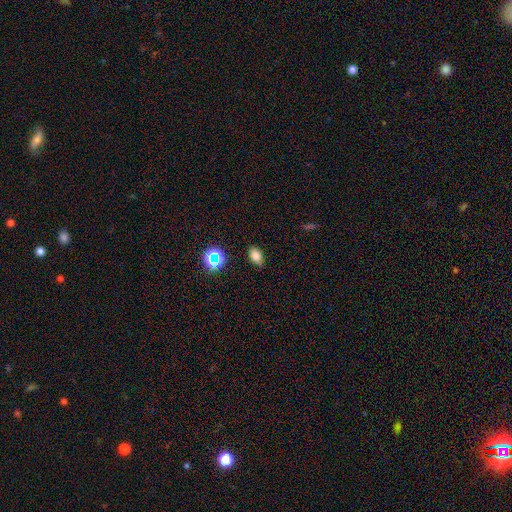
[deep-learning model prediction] smooth 75%, star or artifact 14%, featured or disk 10%. Down the decision tree: how rounded — in between (85%); merging — none (86%).